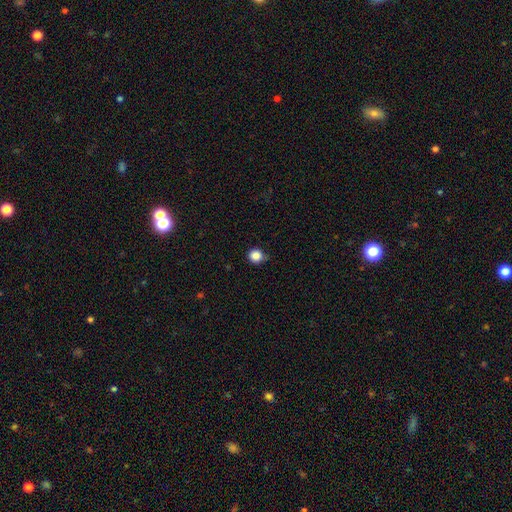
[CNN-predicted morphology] A smooth galaxy with no disk features (86%) that is round (92%).

Vote fractions:
- Smooth or featured? smooth: 86% / star or artifact: 11% / featured or disk: 3%
- How rounded? round: 92% / in between: 7% / cigar-shaped: 1%
- Merging? none: 80% / minor disturbance: 15% / major disturbance: 3% / merger: 2%